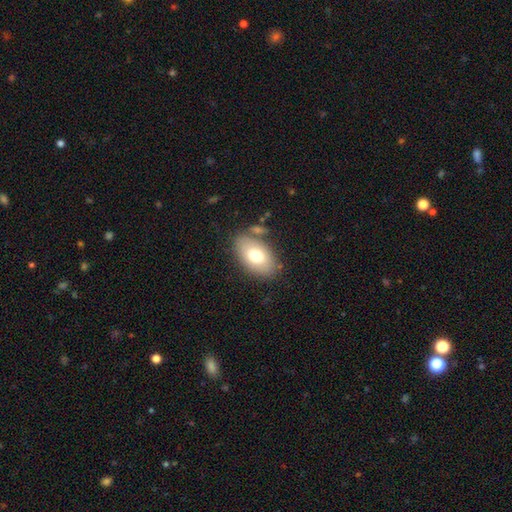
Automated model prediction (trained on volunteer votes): A smooth galaxy with no disk features (74%) that is in between round and cigar-shaped (92%). Merging: none (76%).